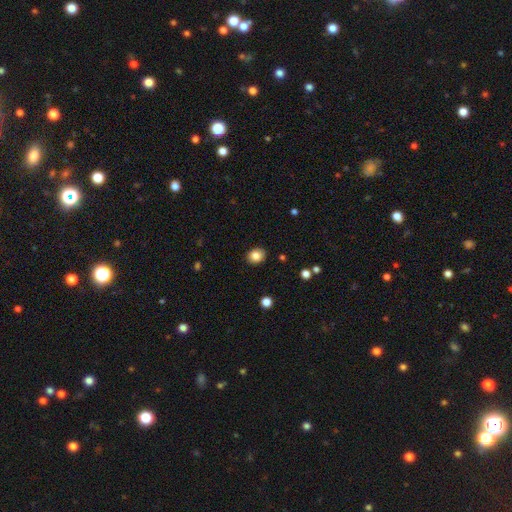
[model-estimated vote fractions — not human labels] This appears to be a smooth galaxy with no disk features (84%) that is round (59%). Merging: none (89%).